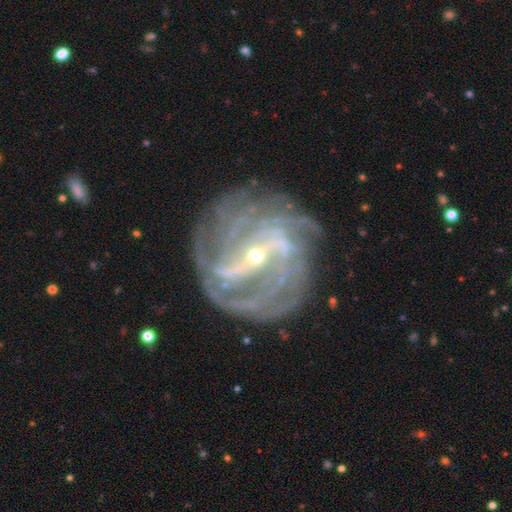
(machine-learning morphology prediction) A featured or disk galaxy (89%) with a strong bar (60%), tight (54%) spiral arms (94%) and a small central bulge (77%).

Vote fractions:
- Smooth or featured? featured or disk: 89% / star or artifact: 7% / smooth: 4%
- Edge-on disk? no: 95% / yes: 5%
- Bar? strong: 60% / weak: 29% / no: 11%
- Spiral arms? yes: 94% / no: 6%
- Spiral winding? tight: 54% / medium: 33% / loose: 13%
- Spiral arm count? can't tell: 28% / 4: 21% / 2: 18% / more than 4: 13% / 3: 13% / 1: 7%
- Bulge size? small: 77% / moderate: 19% / large: 1% / none: 1% / dominant: 1%
- Merging? none: 75% / minor disturbance: 14% / major disturbance: 9% / merger: 2%